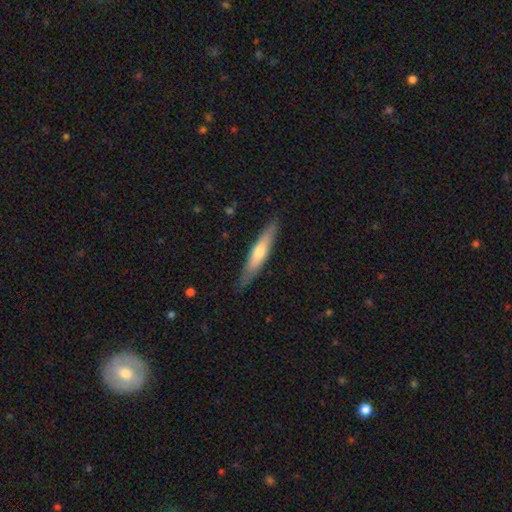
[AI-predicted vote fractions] The model was most divided on "smooth or featured": featured or disk: 58%, smooth: 36%, star or artifact: 7%. More confident: edge-on disk — yes (92%); merging — none (87%); edge-on bulge — rounded (81%).